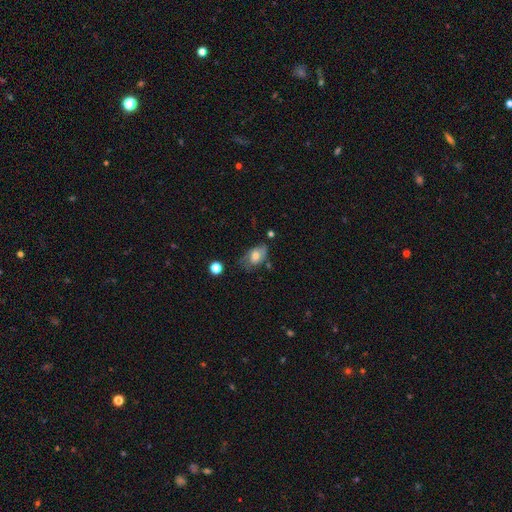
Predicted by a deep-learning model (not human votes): Overall: smooth (56%; featured or disk 34%). How rounded: in between (85%). Merging: none (48%; minor disturbance 32%).